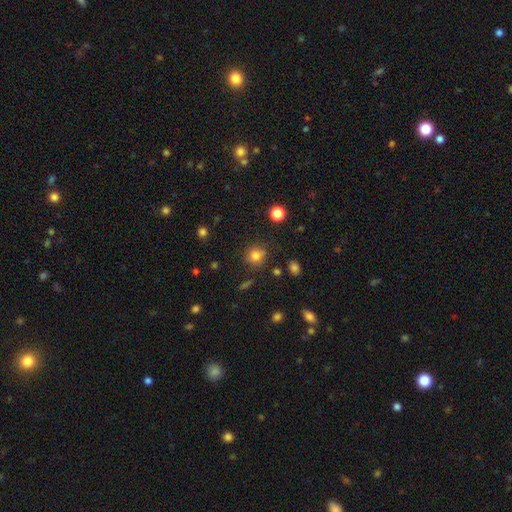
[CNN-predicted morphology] smooth_or_featured: smooth (p=0.80) [alt: star or artifact p=0.14]
how_rounded: round (p=0.88) [alt: in between p=0.11]
merging: none (p=0.82) [alt: minor disturbance p=0.12]